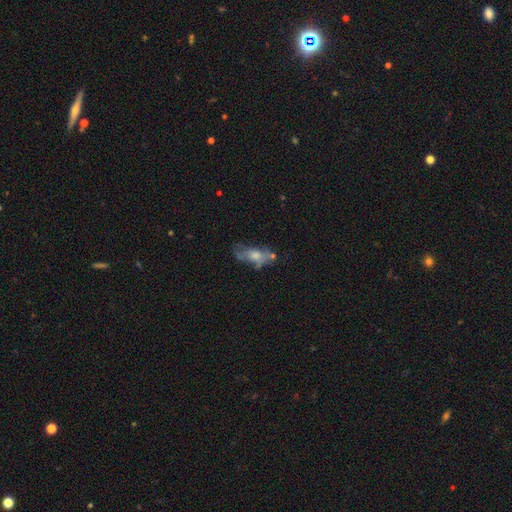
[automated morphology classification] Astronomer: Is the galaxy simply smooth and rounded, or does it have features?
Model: smooth — 48% (runner-up: featured or disk, 43%).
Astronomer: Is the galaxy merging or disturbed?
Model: none — 40% (runner-up: minor disturbance, 27%).